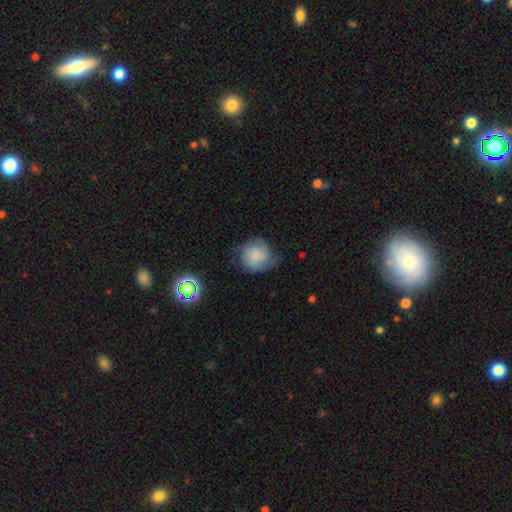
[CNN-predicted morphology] Smooth or featured? smooth (56%)
How rounded? round (83%)
Merging? none (60%)